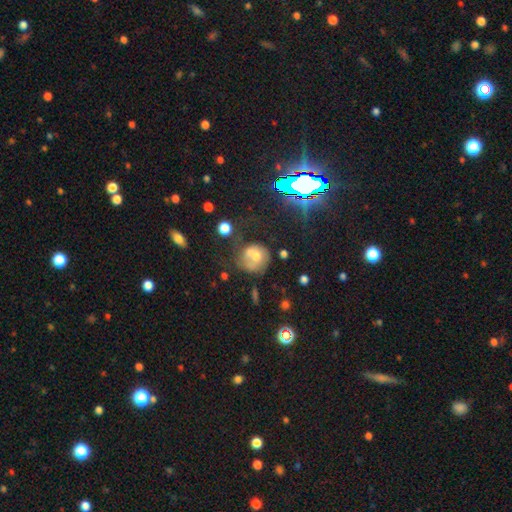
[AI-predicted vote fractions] A smooth galaxy with no disk features (52%) that is round (74%). Merging: none (33%).